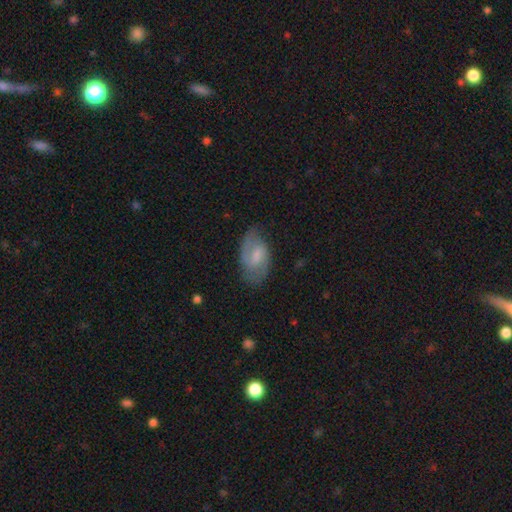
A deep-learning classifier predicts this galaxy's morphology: type=featured or disk (61%); edge-on=no (96%); bar=weak (60%); spiral arms=yes (87%); winding=medium (50%); arm count=2 (81%); bulge=moderate (36%); merging=none (73%).